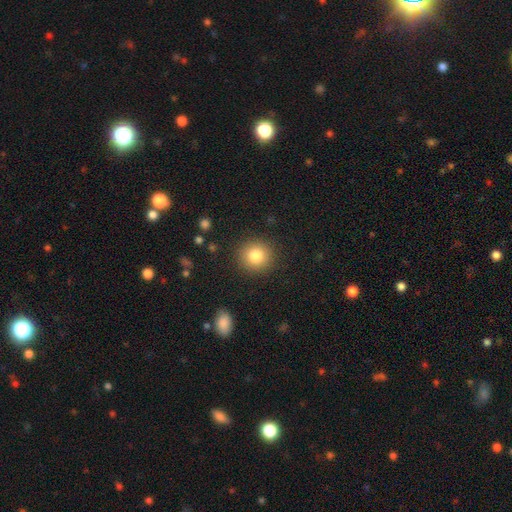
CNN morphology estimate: smooth-or-featured: smooth: 82% | star or artifact: 11% | featured or disk: 8%
  how-rounded: round: 92% | in between: 7% | cigar-shaped: 1%
  merging: none: 90% | minor disturbance: 6% | major disturbance: 3% | merger: 1%